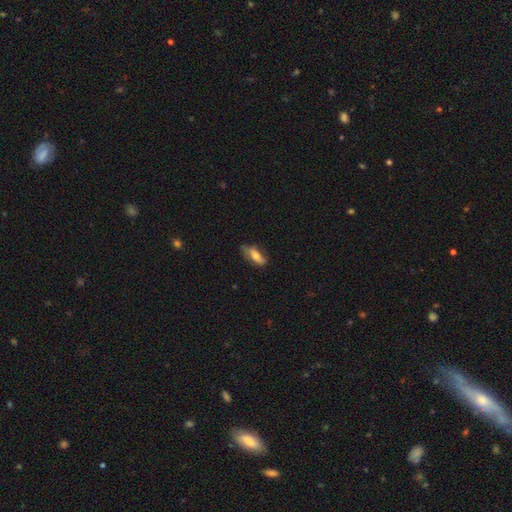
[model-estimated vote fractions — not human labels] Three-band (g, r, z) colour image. It shows a smooth galaxy with no disk features (55%) that is in between round and cigar-shaped (63%). Merging: none (64%).